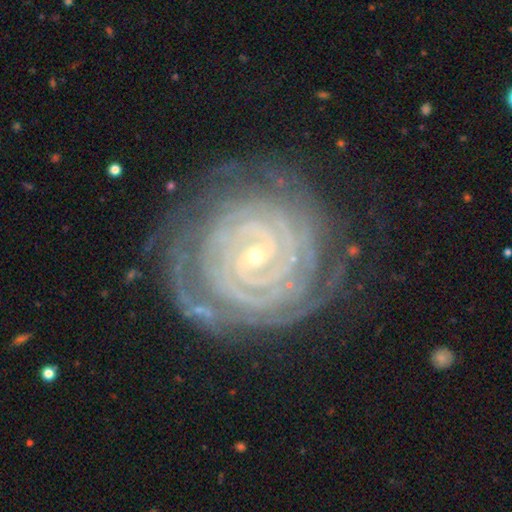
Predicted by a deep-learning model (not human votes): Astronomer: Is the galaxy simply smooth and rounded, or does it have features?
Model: featured or disk — 90%.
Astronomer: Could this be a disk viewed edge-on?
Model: no — 98%.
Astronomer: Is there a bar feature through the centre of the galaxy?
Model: no — 50% (runner-up: weak, 31%).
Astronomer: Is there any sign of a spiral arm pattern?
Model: yes — 98%.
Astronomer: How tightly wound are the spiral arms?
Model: tight — 90%.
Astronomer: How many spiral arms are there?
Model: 2 — 21%, tied with can't tell at 21%.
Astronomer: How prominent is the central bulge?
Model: small — 82%.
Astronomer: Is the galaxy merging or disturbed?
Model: none — 77%.